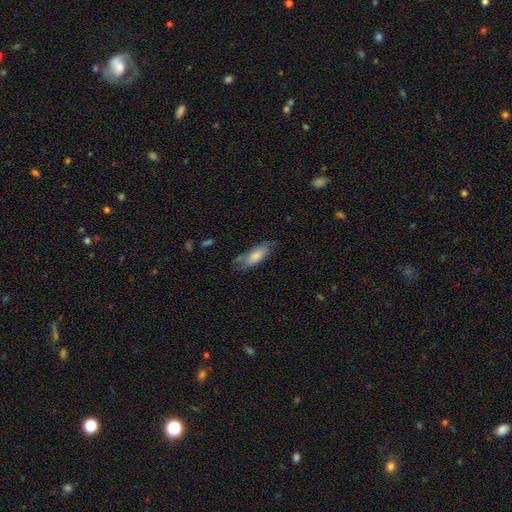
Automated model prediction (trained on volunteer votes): smooth-or-featured: smooth: 75% | featured or disk: 19% | star or artifact: 6%
  how-rounded: in between: 71% | cigar-shaped: 27% | round: 2%
  merging: none: 56% | minor disturbance: 30% | major disturbance: 10% | merger: 4%